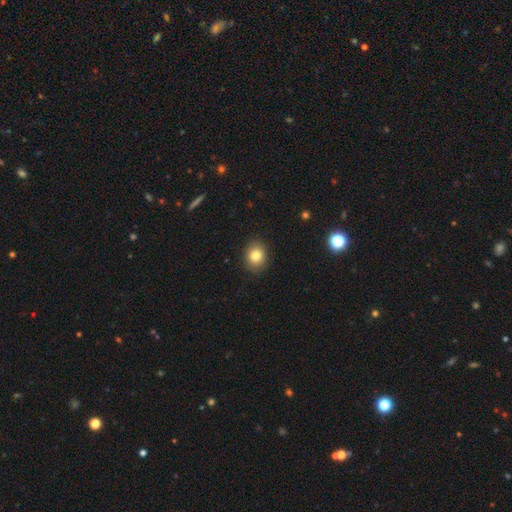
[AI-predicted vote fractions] Q: Smooth or featured?
A: smooth (81%); runner-up: star or artifact (11%)
Q: How rounded?
A: round (61%); runner-up: in between (38%)
Q: Merging?
A: none (90%); runner-up: minor disturbance (7%)